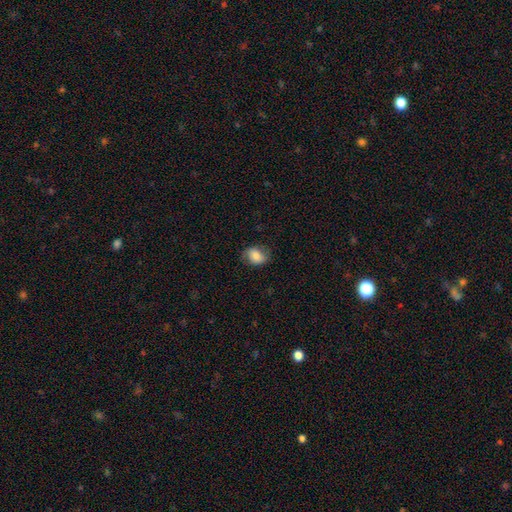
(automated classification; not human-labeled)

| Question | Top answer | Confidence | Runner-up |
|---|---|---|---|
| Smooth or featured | smooth | 74% | featured or disk (18%) |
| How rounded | in between | 62% | round (37%) |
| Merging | none | 73% | minor disturbance (19%) |